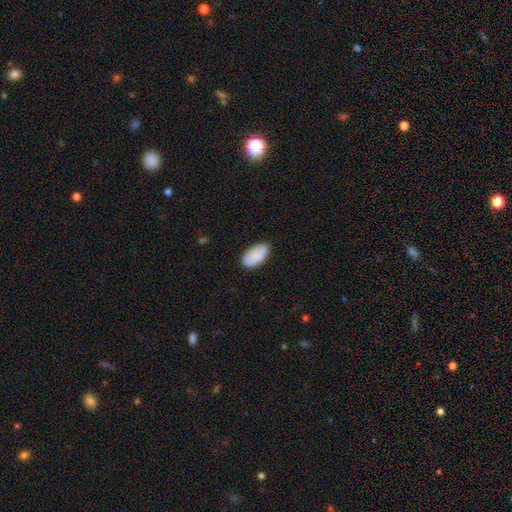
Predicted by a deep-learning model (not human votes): The model was most divided on "merging": none: 79%, minor disturbance: 17%, major disturbance: 3%, merger: 1%. More confident: how rounded — in between (95%); smooth or featured — smooth (84%).